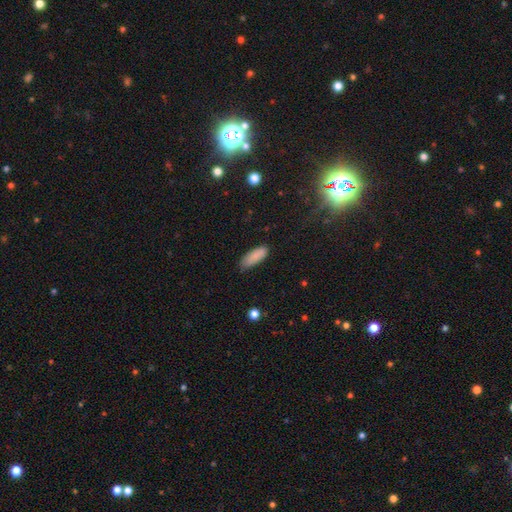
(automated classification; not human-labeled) Q: Smooth or featured?
A: smooth (87%); runner-up: star or artifact (7%)
Q: How rounded?
A: in between (69%); runner-up: cigar-shaped (29%)
Q: Merging?
A: none (73%); runner-up: minor disturbance (22%)